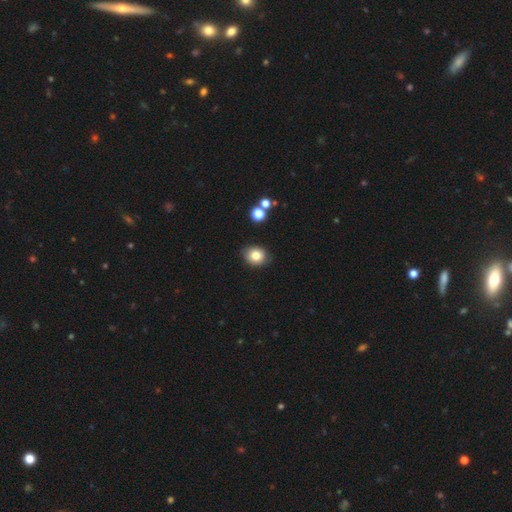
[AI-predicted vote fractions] A smooth galaxy with no disk features (81%) that is round (65%). Merging: none (85%).